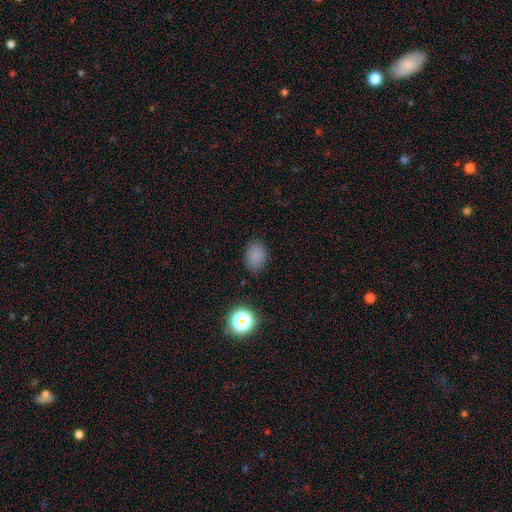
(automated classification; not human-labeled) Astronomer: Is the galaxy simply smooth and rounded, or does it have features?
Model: smooth — 79%.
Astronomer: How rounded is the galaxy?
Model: in between — 66%.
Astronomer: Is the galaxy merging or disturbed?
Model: none — 81%.